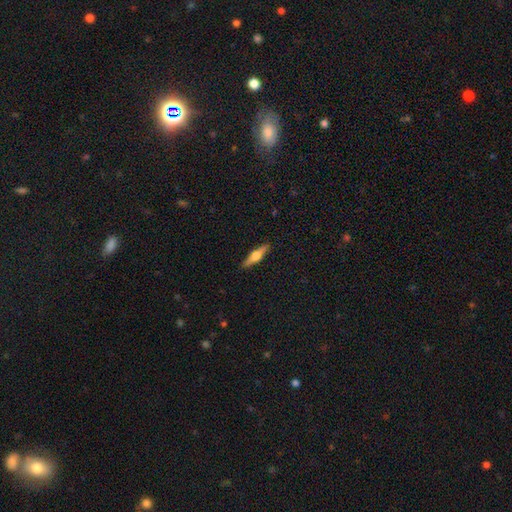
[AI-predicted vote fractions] Morphology: type=featured or disk (56%); edge-on=yes (95%); edge-on bulge=rounded (93%); merging=none (89%).